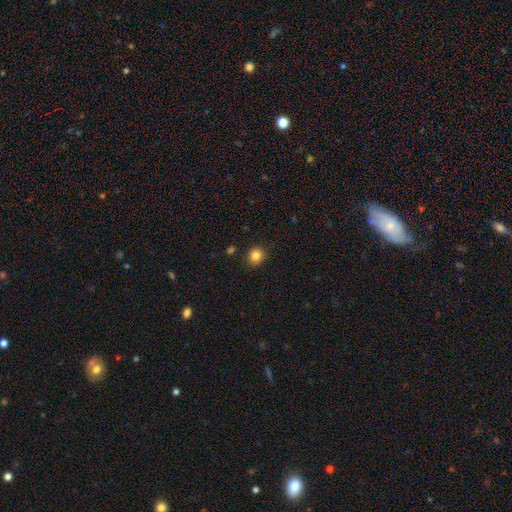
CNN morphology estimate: Smooth or featured? Predicted: smooth (p=0.83). How rounded? Predicted: round (p=0.83). Merging? Predicted: none (p=0.87).